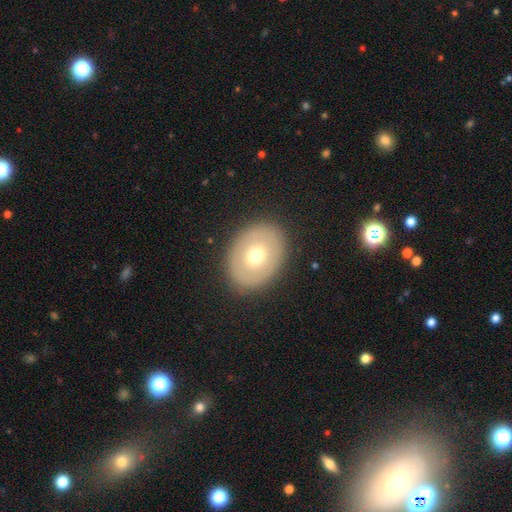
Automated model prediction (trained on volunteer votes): This appears to be a smooth galaxy with no disk features (56%) that is in between round and cigar-shaped (59%). Merging: none (86%).